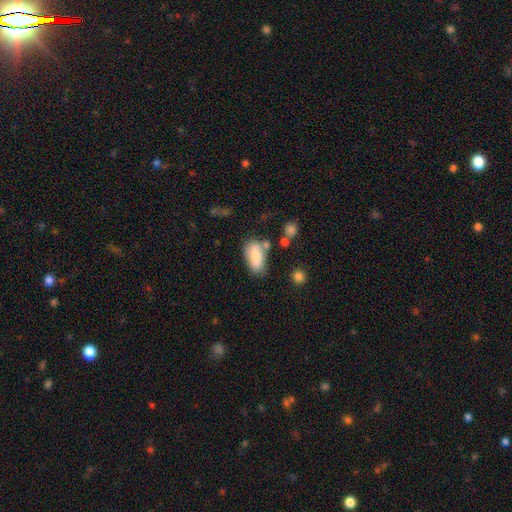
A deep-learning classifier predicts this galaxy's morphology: smooth_or_featured: smooth (p=0.78) [alt: featured or disk p=0.15]
how_rounded: in between (p=0.90) [alt: cigar-shaped p=0.06]
merging: none (p=0.58) [alt: minor disturbance p=0.23]